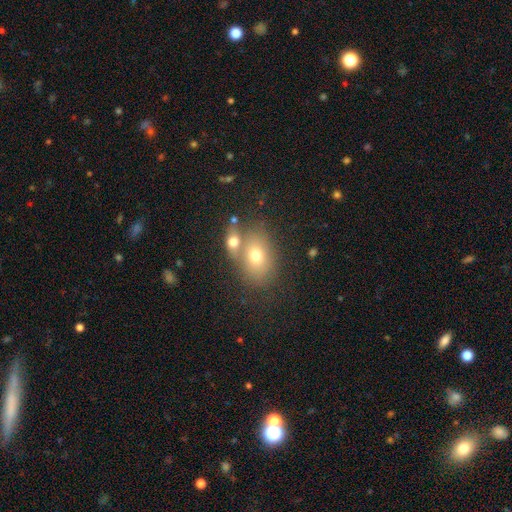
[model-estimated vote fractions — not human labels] smooth-or-featured: smooth: 70% | featured or disk: 19% | star or artifact: 11%
  how-rounded: in between: 73% | round: 26% | cigar-shaped: 1%
  merging: none: 44% | merger: 40% | minor disturbance: 11% | major disturbance: 5%